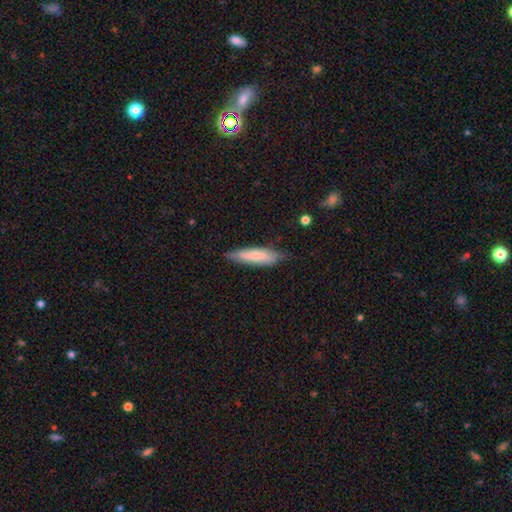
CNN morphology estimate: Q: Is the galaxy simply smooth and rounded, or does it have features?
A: smooth — 70%.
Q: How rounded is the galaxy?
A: cigar-shaped — 68%.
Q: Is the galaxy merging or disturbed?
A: none — 69%.